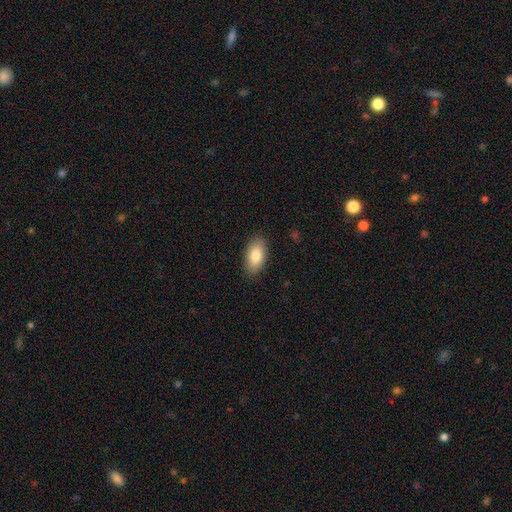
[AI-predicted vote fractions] Smooth or featured? smooth (83%)
How rounded? in between (93%)
Merging? none (87%)